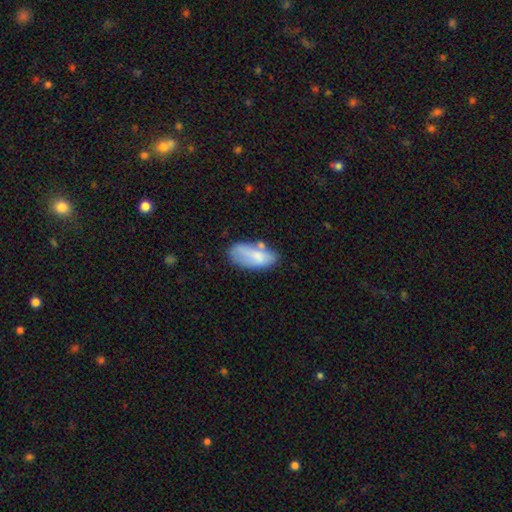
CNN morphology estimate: This appears to be a smooth galaxy with no disk features (73%) that is in between round and cigar-shaped (90%). Merging: none (51%).